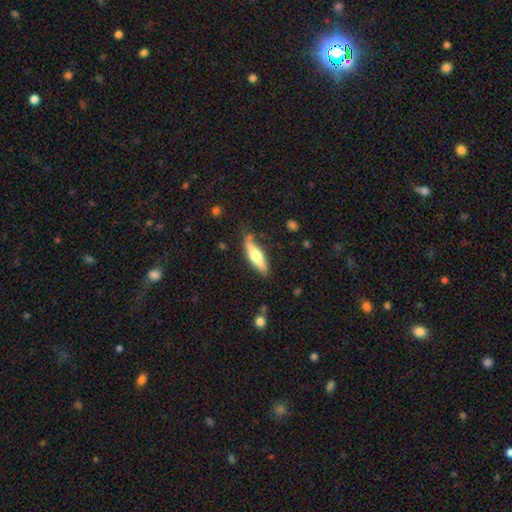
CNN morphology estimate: A smooth galaxy with no disk features (53%) that is cigar-shaped (67%).

Vote fractions:
- Smooth or featured? smooth: 53% / featured or disk: 41% / star or artifact: 6%
- How rounded? cigar-shaped: 67% / in between: 31% / round: 2%
- Merging? none: 79% / minor disturbance: 15% / major disturbance: 3% / merger: 3%